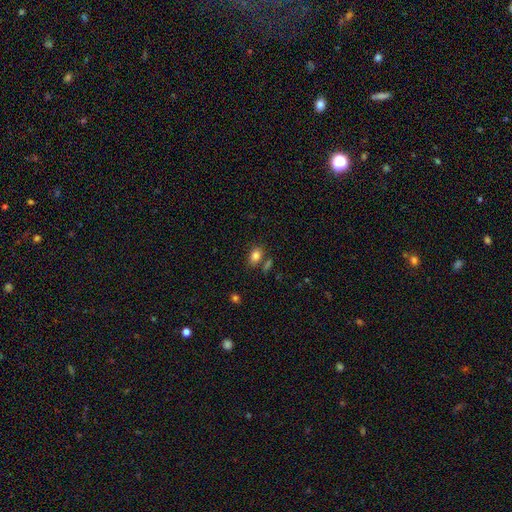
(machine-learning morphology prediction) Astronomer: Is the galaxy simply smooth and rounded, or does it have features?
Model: smooth — 83%.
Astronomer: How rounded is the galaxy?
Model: in between — 78%.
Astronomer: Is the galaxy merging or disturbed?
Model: none — 69%.